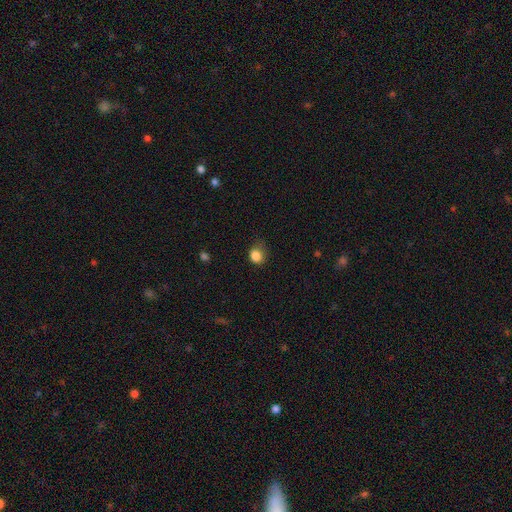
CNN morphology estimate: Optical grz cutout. It shows a smooth galaxy with no disk features (84%) that is round (65%). Merging: none (56%).